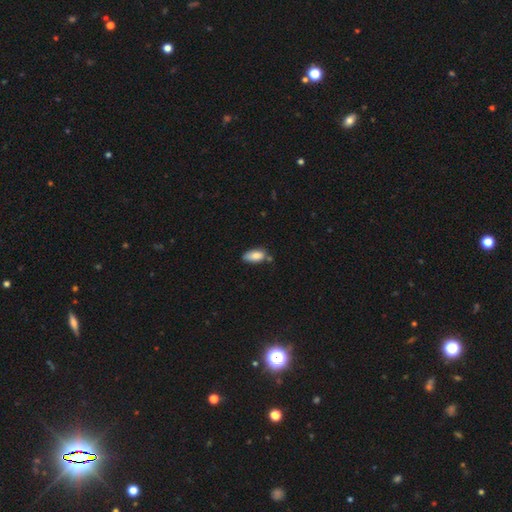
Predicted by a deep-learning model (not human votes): This is clearly a smooth galaxy (83%). How rounded: clearly in between (90%). Merging: possibly none (59%).